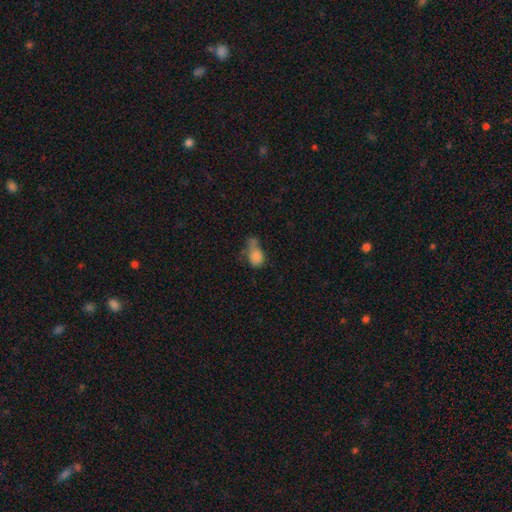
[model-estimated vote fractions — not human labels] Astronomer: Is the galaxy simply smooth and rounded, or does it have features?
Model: smooth — 78%.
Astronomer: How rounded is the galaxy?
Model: in between — 64%.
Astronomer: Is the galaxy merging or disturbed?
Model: merger — 28% (runner-up: none, 27%).